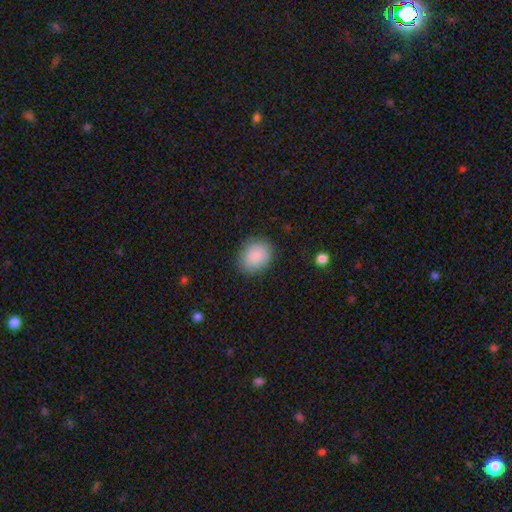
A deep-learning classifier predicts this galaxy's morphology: This appears to be a smooth galaxy with no disk features (88%) that is round (53%). Merging: none (85%).